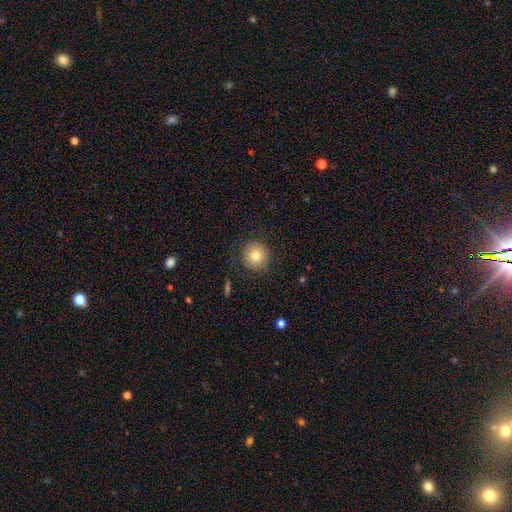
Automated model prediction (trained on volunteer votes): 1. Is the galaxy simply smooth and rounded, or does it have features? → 79% smooth, 11% featured or disk, 10% star or artifact.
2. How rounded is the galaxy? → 93% round, 6% in between, 1% cigar-shaped.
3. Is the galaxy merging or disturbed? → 85% none, 10% minor disturbance, 4% major disturbance, 1% merger.